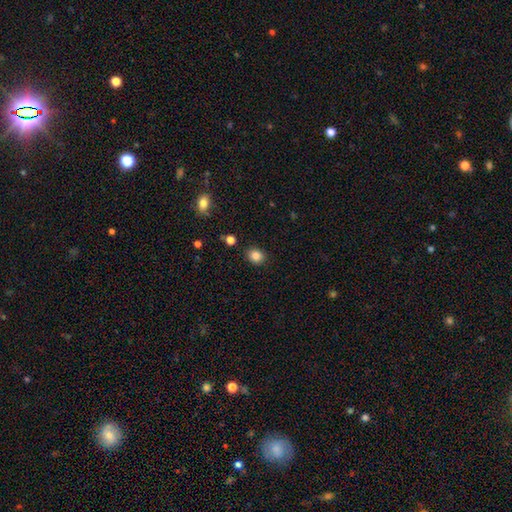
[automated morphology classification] This appears to be a smooth galaxy with no disk features (84%) that is round (65%). Merging: none (89%).